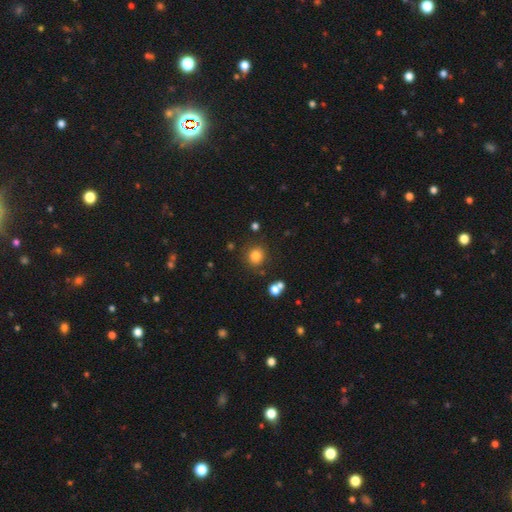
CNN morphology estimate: smooth-or-featured: smooth: 81% | star or artifact: 13% | featured or disk: 6%
  how-rounded: round: 89% | in between: 10% | cigar-shaped: 1%
  merging: none: 85% | minor disturbance: 8% | merger: 4% | major disturbance: 3%